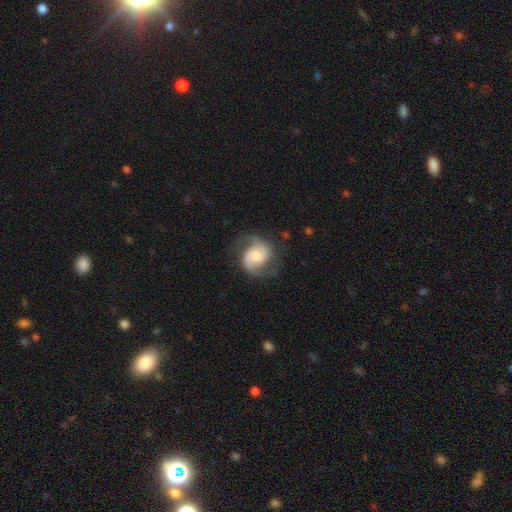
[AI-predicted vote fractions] This appears to be a featured or disk galaxy (84%) with no bar (52%), 2 (91%) medium (55%) spiral arms (97%) and a moderate central bulge (39%). Merging: none (75%).